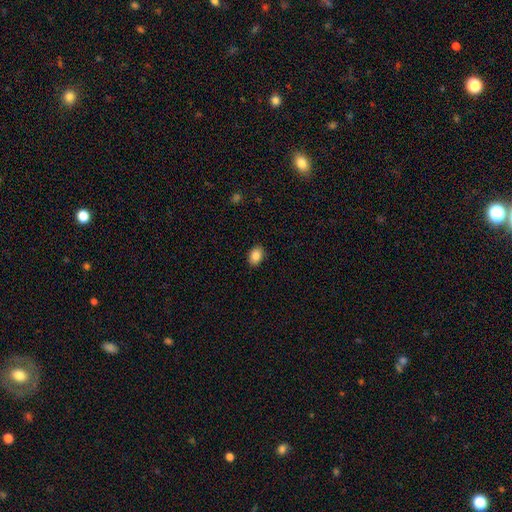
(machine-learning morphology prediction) smooth-or-featured: smooth: 87% | star or artifact: 8% | featured or disk: 5%
  how-rounded: in between: 77% | round: 22% | cigar-shaped: 1%
  merging: none: 89% | minor disturbance: 8% | major disturbance: 2% | merger: 1%